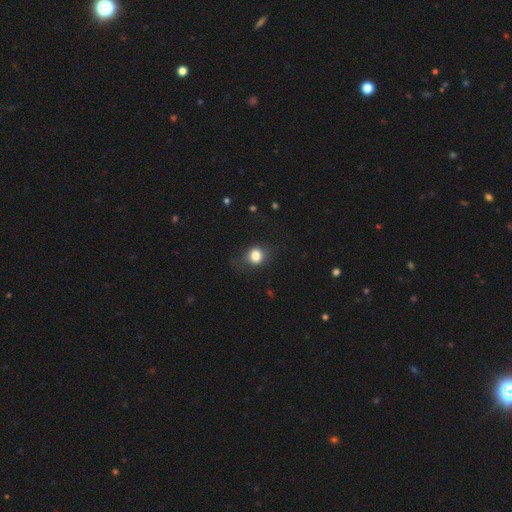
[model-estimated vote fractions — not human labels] The model was most divided on "how rounded": round: 63%, in between: 36%, cigar-shaped: 1%. More confident: smooth or featured — smooth (80%); merging — none (66%).